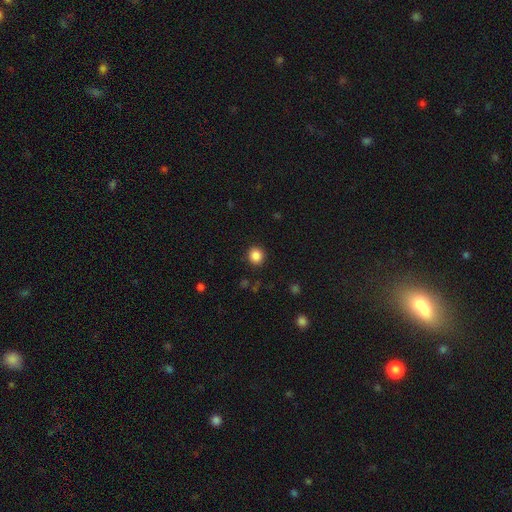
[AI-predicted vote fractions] This appears to be a smooth galaxy with no disk features (86%) that is round (88%). Merging: none (90%).